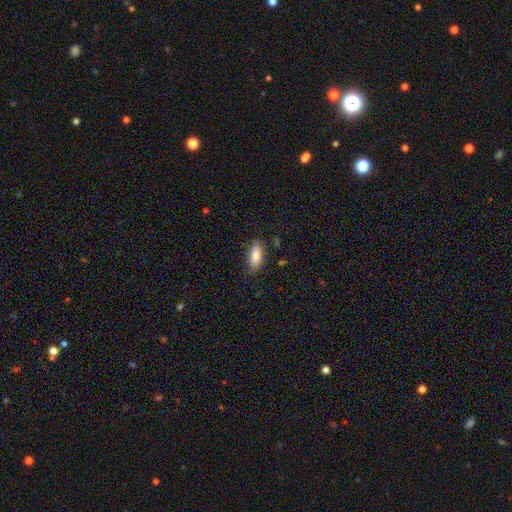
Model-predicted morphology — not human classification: This is clearly a smooth galaxy (81%). How rounded: likely in between (77%). Merging: clearly none (82%).